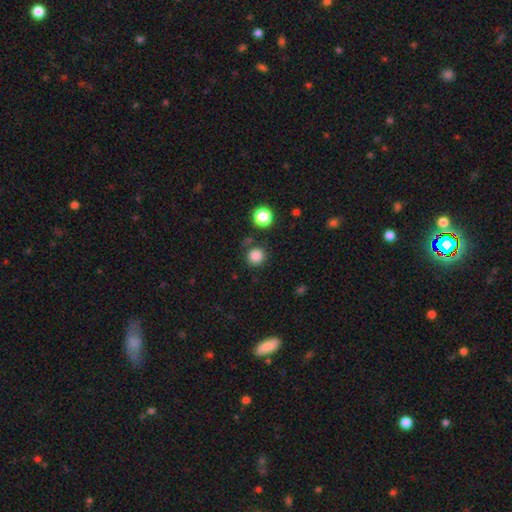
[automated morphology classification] The model was most divided on "smooth or featured": smooth: 84%, star or artifact: 13%, featured or disk: 4%. More confident: how rounded — round (93%); merging — none (82%).